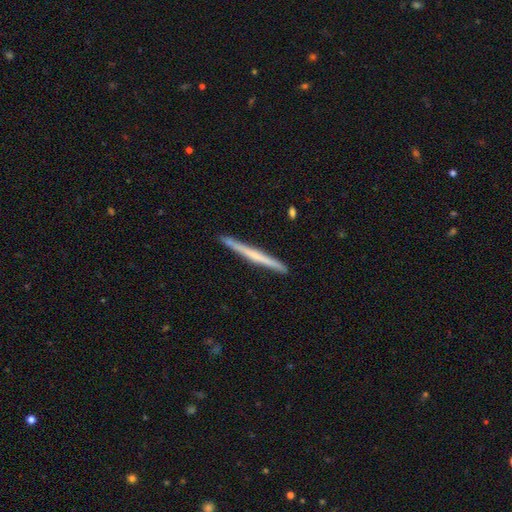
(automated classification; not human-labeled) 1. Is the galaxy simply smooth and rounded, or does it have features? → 52% featured or disk, 42% smooth, 5% star or artifact.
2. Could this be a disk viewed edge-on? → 98% yes, 2% no.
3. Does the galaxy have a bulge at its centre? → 73% none, 20% rounded, 7% boxy.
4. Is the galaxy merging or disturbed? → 91% none, 6% minor disturbance, 1% major disturbance, 1% merger.